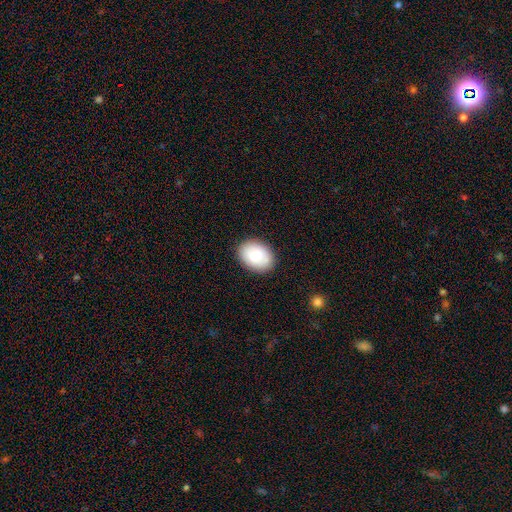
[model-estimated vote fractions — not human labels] smooth-or-featured: smooth: 76% | featured or disk: 17% | star or artifact: 7%
  how-rounded: in between: 68% | round: 31% | cigar-shaped: 1%
  merging: none: 89% | minor disturbance: 8% | major disturbance: 2% | merger: 1%